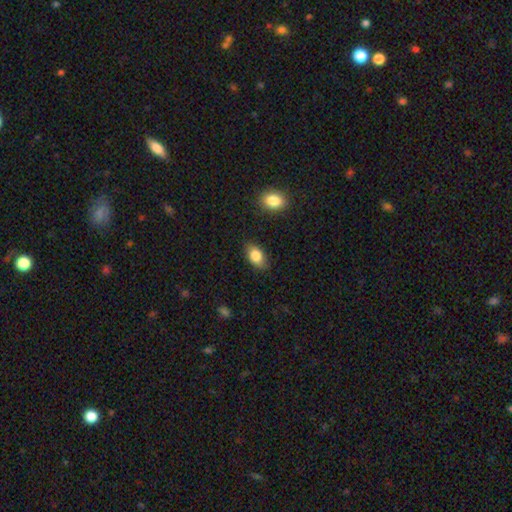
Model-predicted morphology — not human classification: A smooth galaxy with no disk features (83%) that is in between round and cigar-shaped (89%).

Vote fractions:
- Smooth or featured? smooth: 83% / featured or disk: 9% / star or artifact: 8%
- How rounded? in between: 89% / round: 9% / cigar-shaped: 2%
- Merging? none: 84% / minor disturbance: 12% / major disturbance: 3% / merger: 2%